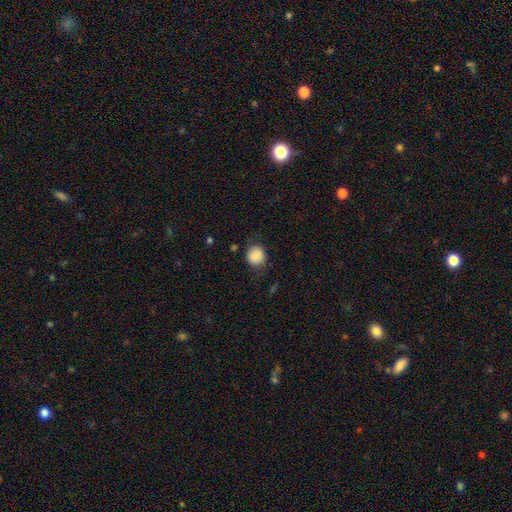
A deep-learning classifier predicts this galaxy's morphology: Smooth or featured? Predicted: smooth (p=0.87). How rounded? Predicted: round (p=0.82). Merging? Predicted: none (p=0.75).